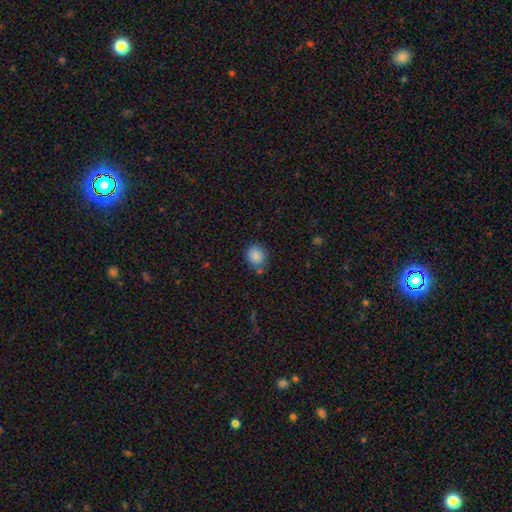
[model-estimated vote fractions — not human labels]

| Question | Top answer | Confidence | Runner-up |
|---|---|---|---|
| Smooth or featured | smooth | 87% | star or artifact (9%) |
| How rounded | round | 76% | in between (23%) |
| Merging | none | 72% | minor disturbance (17%) |